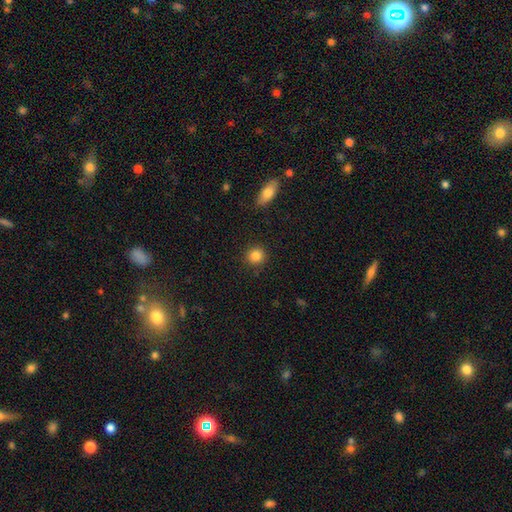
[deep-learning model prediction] smooth-or-featured: smooth: 85% | star or artifact: 10% | featured or disk: 5%
  how-rounded: round: 91% | in between: 8% | cigar-shaped: 1%
  merging: none: 90% | minor disturbance: 6% | major disturbance: 2% | merger: 1%